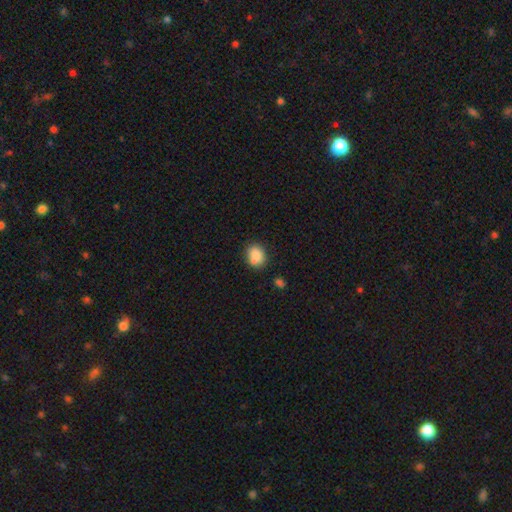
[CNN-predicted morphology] Overall: smooth (81%). How rounded: round (56%; in between 43%). Merging: none (61%).